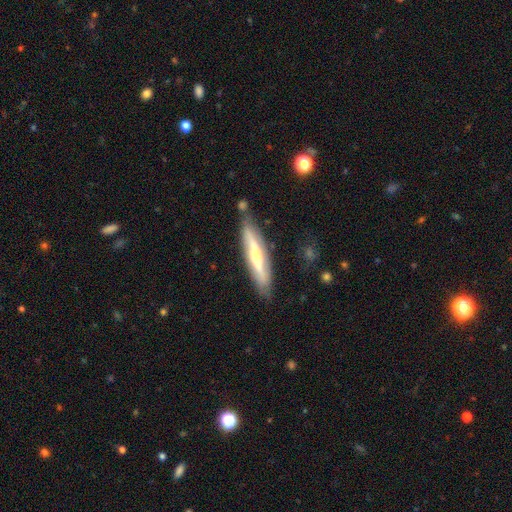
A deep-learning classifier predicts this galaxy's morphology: This appears to be a featured or disk galaxy (50%) viewed edge-on (85%). Merging: none (83%).